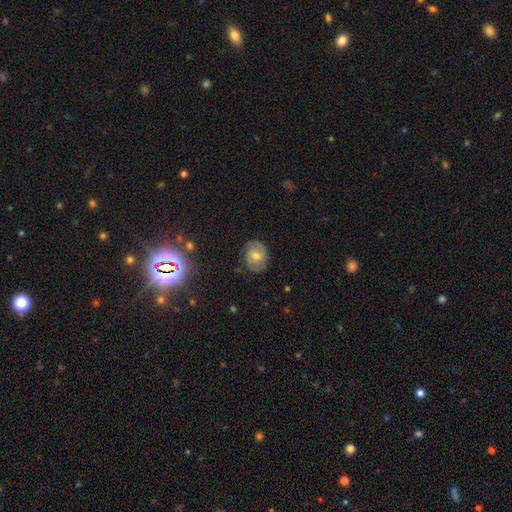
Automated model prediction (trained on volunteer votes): The model was most divided on "smooth or featured": featured or disk: 50%, smooth: 38%, star or artifact: 11%. More confident: edge-on disk — no (96%); merging — none (81%).